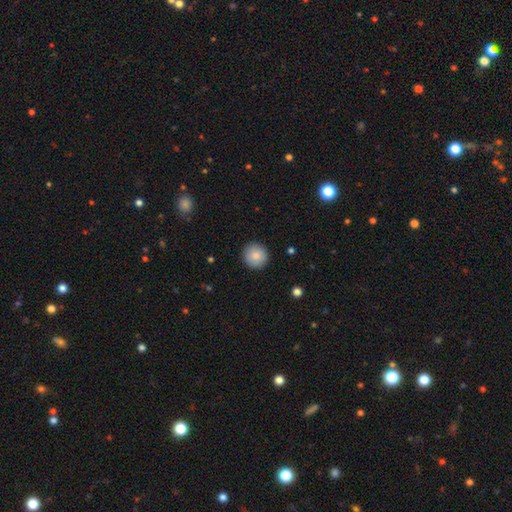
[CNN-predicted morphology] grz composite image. It shows a smooth galaxy with no disk features (85%) that is round (94%). Merging: none (91%).